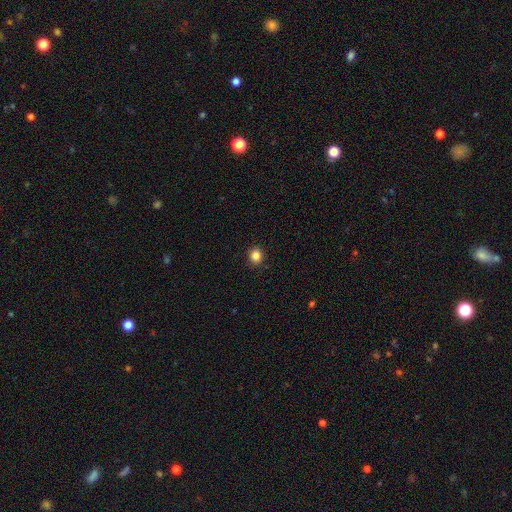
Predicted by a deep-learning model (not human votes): Overall: smooth (84%). How rounded: round (79%). Merging: none (91%).